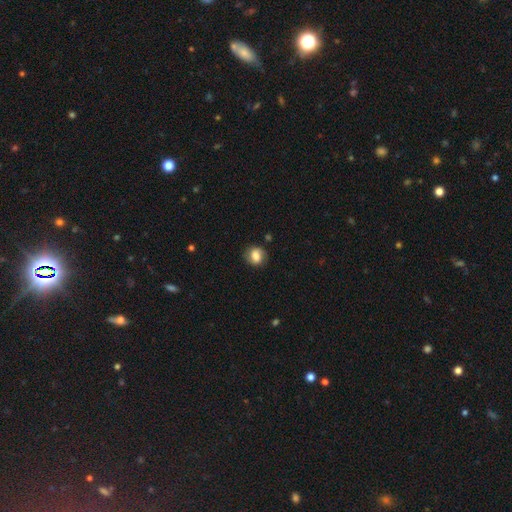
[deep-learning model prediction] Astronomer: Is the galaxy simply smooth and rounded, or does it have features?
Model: smooth — 73%.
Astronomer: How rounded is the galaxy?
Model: round — 59% (runner-up: in between, 40%).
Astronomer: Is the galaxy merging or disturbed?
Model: none — 77%.